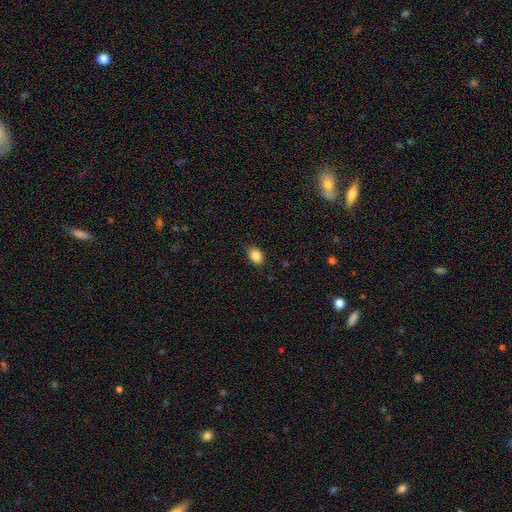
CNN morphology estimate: Overall: smooth (87%). How rounded: in between (72%). Merging: none (79%).